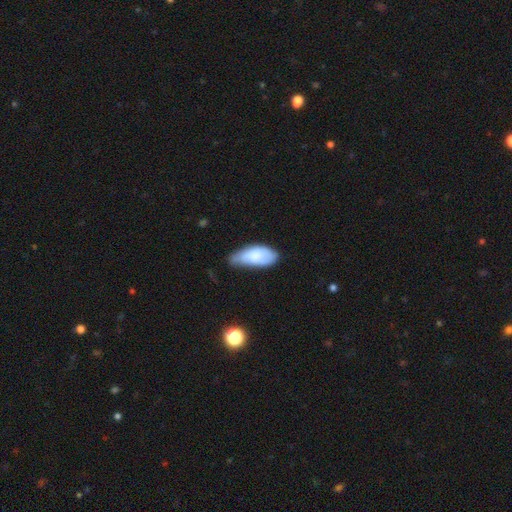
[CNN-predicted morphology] type=smooth (76%); roundness=in between (88%); merging=minor disturbance (48%).